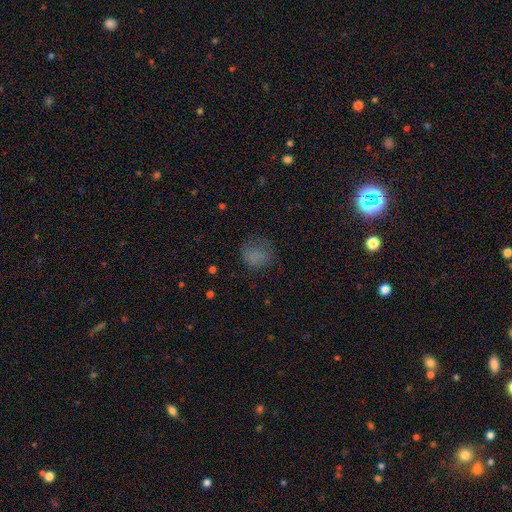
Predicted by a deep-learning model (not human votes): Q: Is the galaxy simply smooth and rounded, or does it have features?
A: smooth — 72%.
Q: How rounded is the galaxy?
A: round — 68%.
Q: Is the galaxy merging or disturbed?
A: none — 57%.